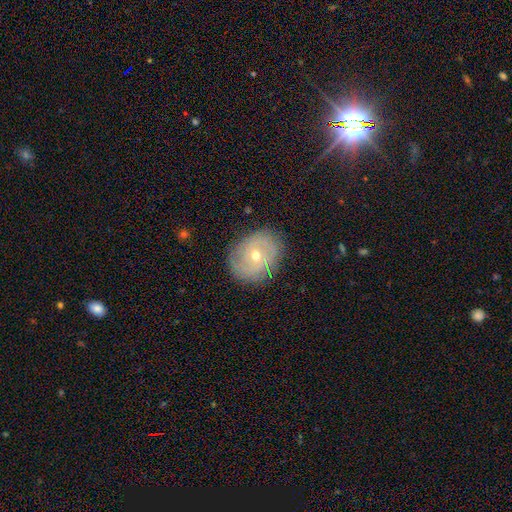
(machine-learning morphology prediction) This is likely a featured or disk galaxy (65%). It is clearly not viewed edge-on (96%). Bar: likely no (77%). Spiral arm pattern: likely yes (76%). Central bulge: possibly moderate (52%). Merging: clearly none (82%).